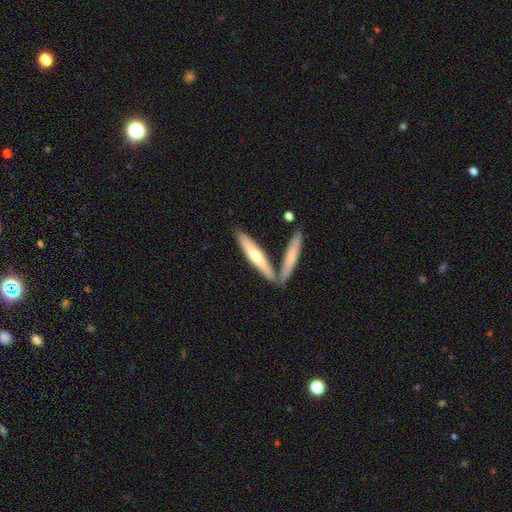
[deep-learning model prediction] This is possibly a smooth galaxy (54%). How rounded: clearly cigar-shaped (85%). Merging: likely none (67%).